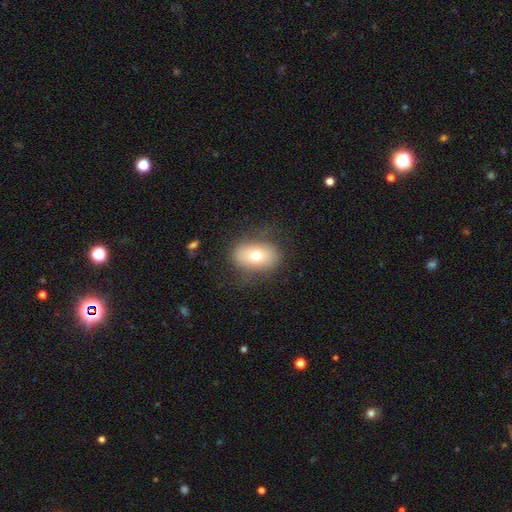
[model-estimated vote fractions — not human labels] This is likely a smooth galaxy (68%). How rounded: likely in between (70%). Merging: likely none (76%).